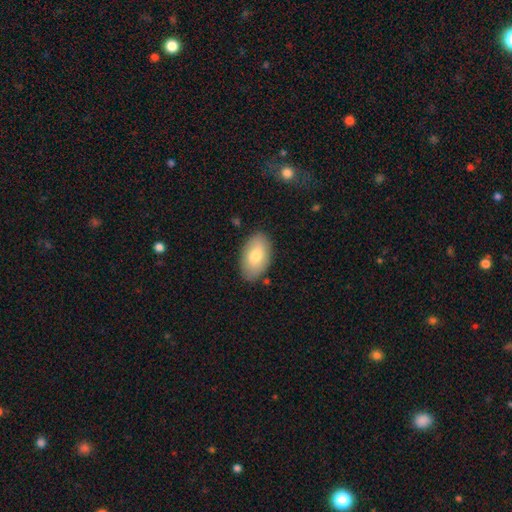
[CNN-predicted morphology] Q: Smooth or featured?
A: smooth (76%); runner-up: featured or disk (18%)
Q: How rounded?
A: in between (93%); runner-up: round (5%)
Q: Merging?
A: none (84%); runner-up: minor disturbance (11%)